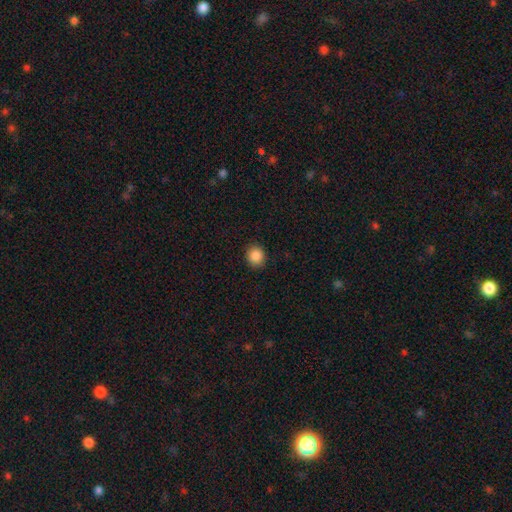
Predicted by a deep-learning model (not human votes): Smooth or featured? Predicted: smooth (p=0.88). How rounded? Predicted: round (p=0.84). Merging? Predicted: none (p=0.91).